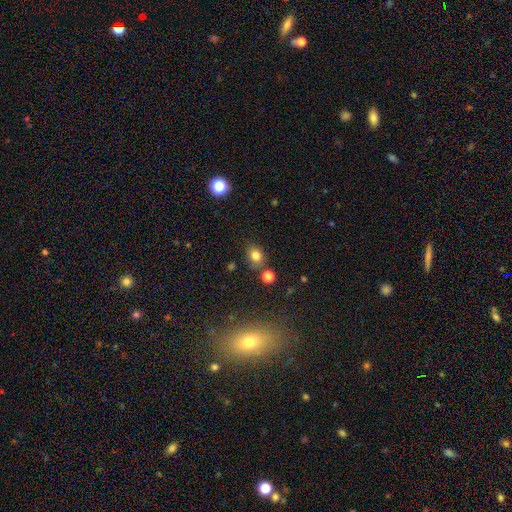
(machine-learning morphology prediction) type=smooth (79%); roundness=round (56%); merging=none (74%).